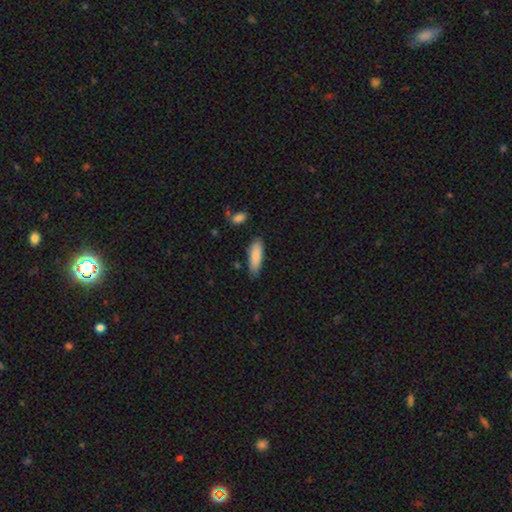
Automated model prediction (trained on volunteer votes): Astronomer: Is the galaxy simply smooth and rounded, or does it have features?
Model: smooth — 86%.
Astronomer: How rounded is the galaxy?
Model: in between — 51% (runner-up: cigar-shaped, 48%).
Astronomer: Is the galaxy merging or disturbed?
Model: none — 81%.